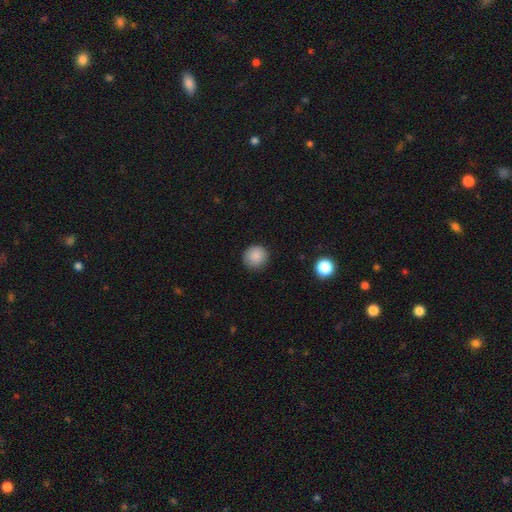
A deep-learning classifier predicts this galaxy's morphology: A smooth galaxy with no disk features (88%) that is round (92%).

Vote fractions:
- Smooth or featured? smooth: 88% / star or artifact: 9% / featured or disk: 3%
- How rounded? round: 92% / in between: 7% / cigar-shaped: 1%
- Merging? none: 89% / minor disturbance: 8% / major disturbance: 2% / merger: 1%